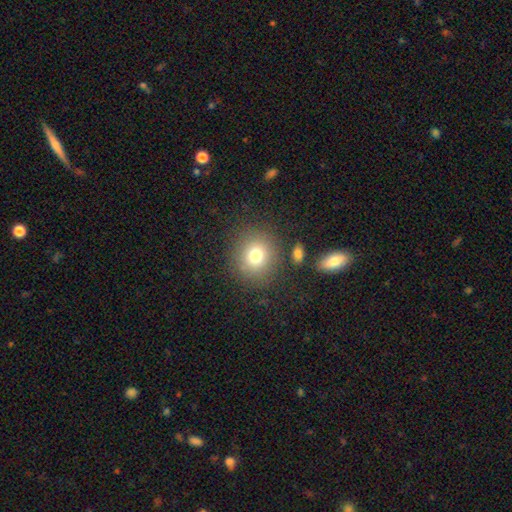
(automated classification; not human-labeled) A smooth galaxy with no disk features (76%) that is round (83%).

Vote fractions:
- Smooth or featured? smooth: 76% / star or artifact: 13% / featured or disk: 11%
- How rounded? round: 83% / in between: 16% / cigar-shaped: 1%
- Merging? none: 84% / minor disturbance: 9% / major disturbance: 4% / merger: 3%